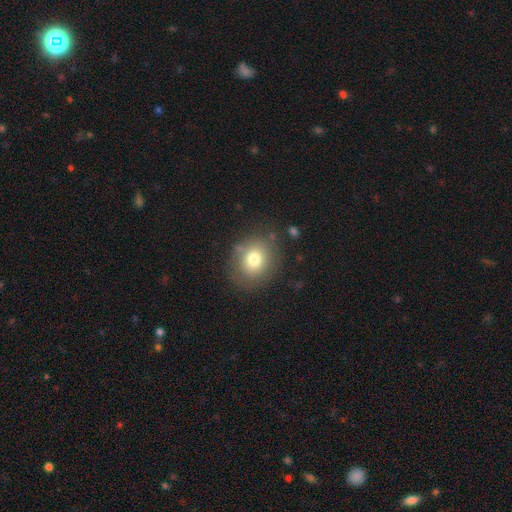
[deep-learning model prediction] This is likely a smooth galaxy (74%). How rounded: likely round (69%). Merging: clearly none (82%).